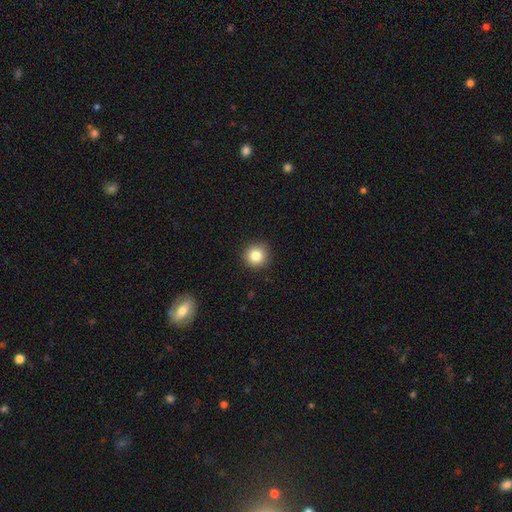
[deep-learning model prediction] This appears to be a smooth galaxy with no disk features (84%) that is round (94%). Merging: none (91%).